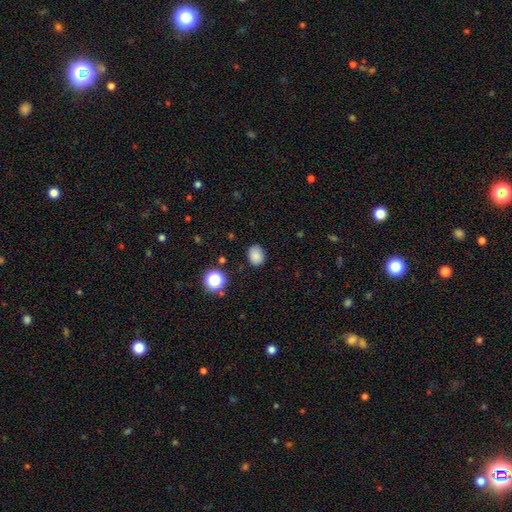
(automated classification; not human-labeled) This is clearly a smooth galaxy (84%). How rounded: possibly in between (60%). Merging: clearly none (85%).